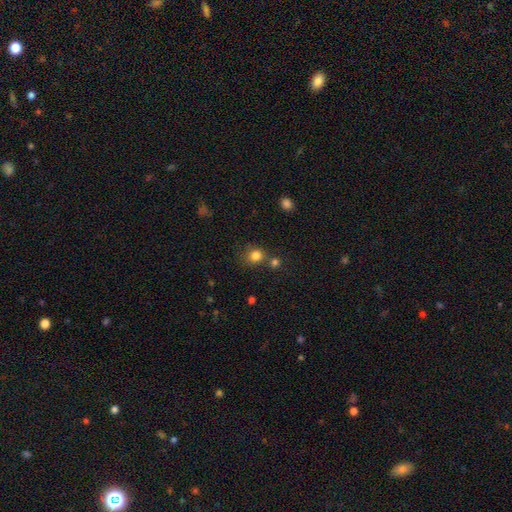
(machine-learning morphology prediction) Smooth or featured: smooth — 81% (star or artifact — 13%)
How rounded: round — 82% (in between — 17%)
Merging: none — 65% (merger — 18%)